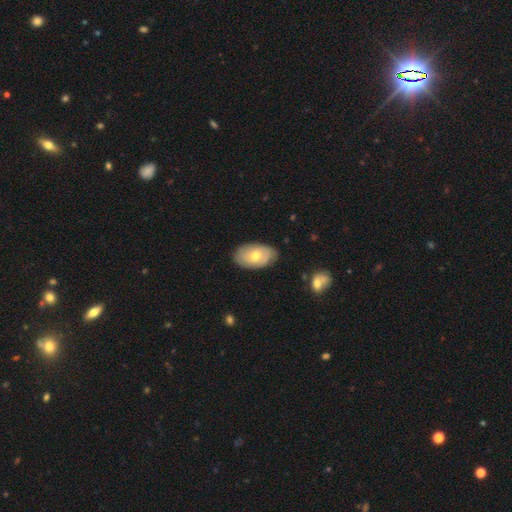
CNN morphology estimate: Smooth or featured? smooth (53%)
How rounded? in between (92%)
Merging? none (79%)